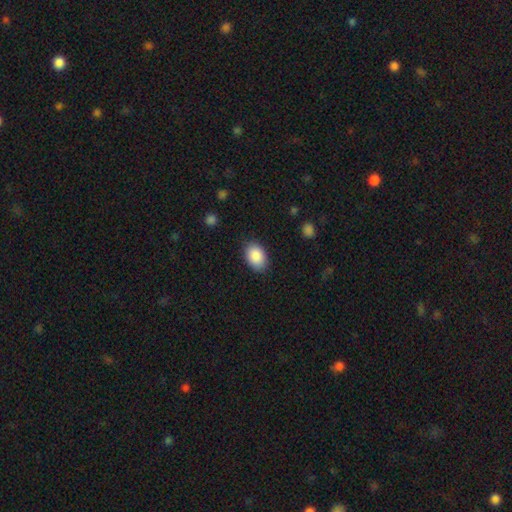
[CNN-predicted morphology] The model was most divided on "how rounded": in between: 83%, round: 16%, cigar-shaped: 1%. More confident: smooth or featured — smooth (89%); merging — none (83%).